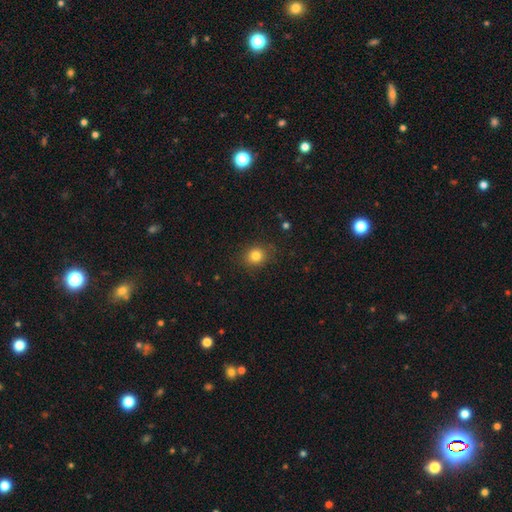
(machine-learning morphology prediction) smooth_or_featured: smooth (p=0.82) [alt: star or artifact p=0.12]
how_rounded: round (p=0.75) [alt: in between p=0.24]
merging: none (p=0.86) [alt: minor disturbance p=0.10]